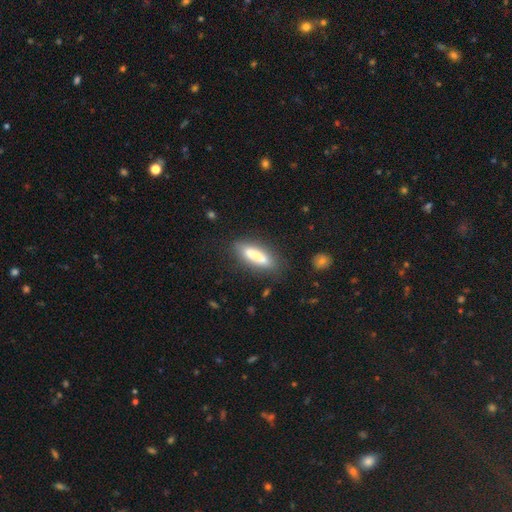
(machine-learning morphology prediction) Q: Smooth or featured?
A: smooth (65%); runner-up: featured or disk (27%)
Q: How rounded?
A: cigar-shaped (64%); runner-up: in between (34%)
Q: Merging?
A: none (77%); runner-up: minor disturbance (14%)